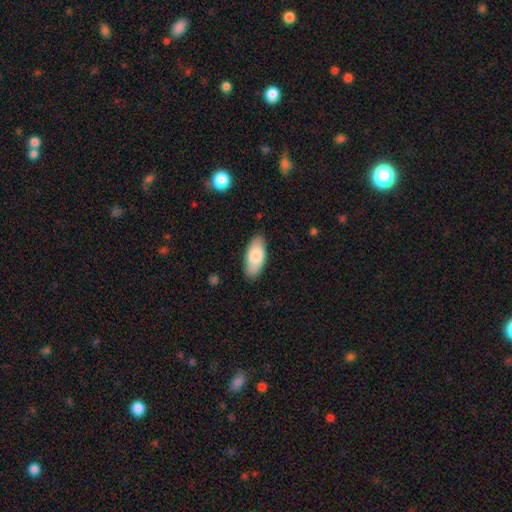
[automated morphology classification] The model was most divided on "smooth or featured": smooth: 80%, featured or disk: 15%, star or artifact: 6%. More confident: how rounded — in between (90%); merging — none (85%).